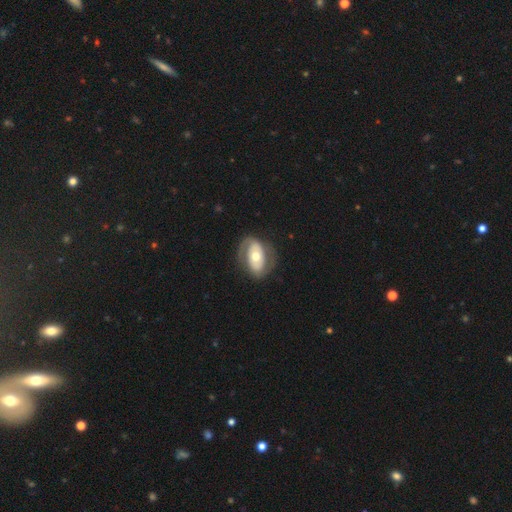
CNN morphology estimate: Smooth or featured: featured or disk — 60% (smooth — 35%)
Edge-on disk: no — 94% (yes — 6%)
Bar: no — 65% (weak — 20%)
Spiral arms: no — 51% (yes — 49%)
Bulge size: moderate — 73% (small — 12%)
Merging: none — 71% (minor disturbance — 17%)